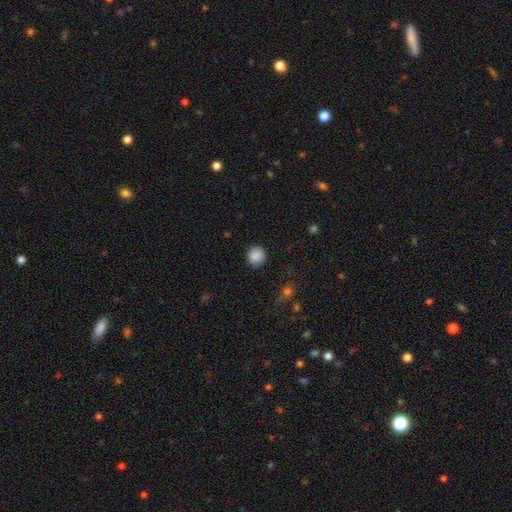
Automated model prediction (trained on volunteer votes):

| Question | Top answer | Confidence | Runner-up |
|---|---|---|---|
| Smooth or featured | smooth | 88% | star or artifact (9%) |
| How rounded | round | 93% | in between (6%) |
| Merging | none | 91% | minor disturbance (6%) |